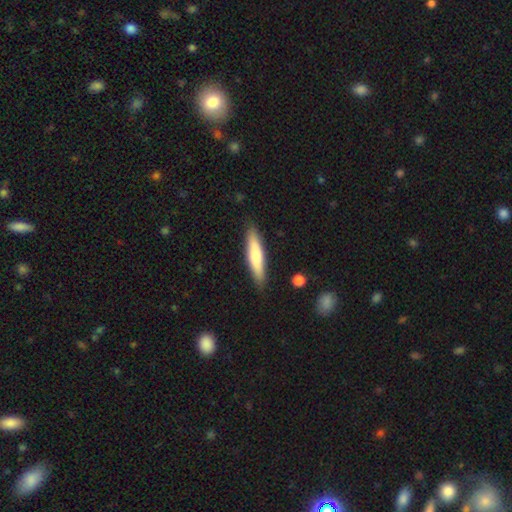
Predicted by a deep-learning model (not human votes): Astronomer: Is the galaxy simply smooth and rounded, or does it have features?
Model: smooth — 67%.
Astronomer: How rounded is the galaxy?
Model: cigar-shaped — 80%.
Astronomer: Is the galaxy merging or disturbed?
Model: none — 87%.